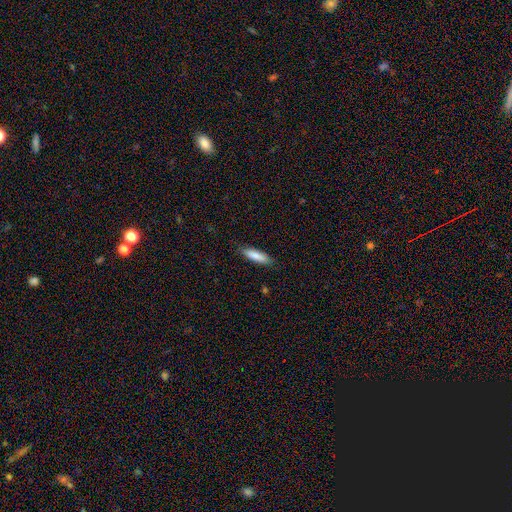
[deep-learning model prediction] Overall: smooth (83%). How rounded: cigar-shaped (66%; in between 33%). Merging: none (86%).